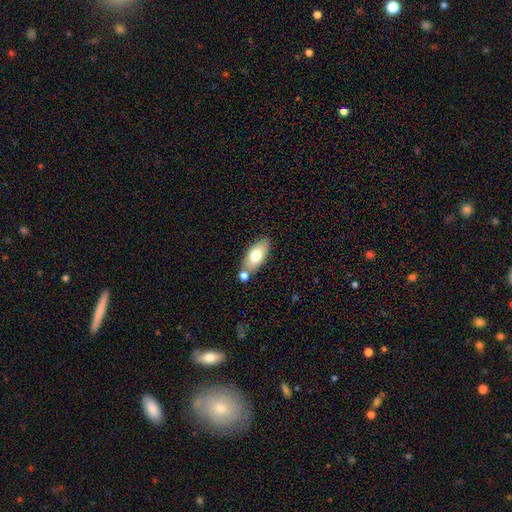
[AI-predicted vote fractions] Morphology: type=smooth (71%); roundness=in between (86%); merging=none (66%).